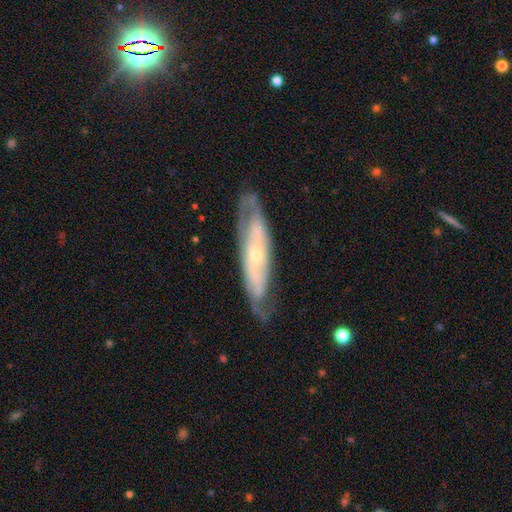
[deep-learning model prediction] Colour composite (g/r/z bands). It shows a featured or disk galaxy (76%) with no bar (73%), spiral arms (73%) and a small central bulge (72%). Merging: none (72%).